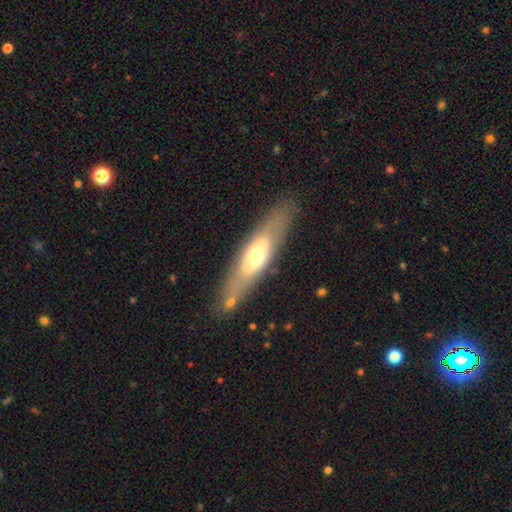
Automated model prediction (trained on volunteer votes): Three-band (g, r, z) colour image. It shows a featured or disk galaxy (50%). Merging: none (79%).